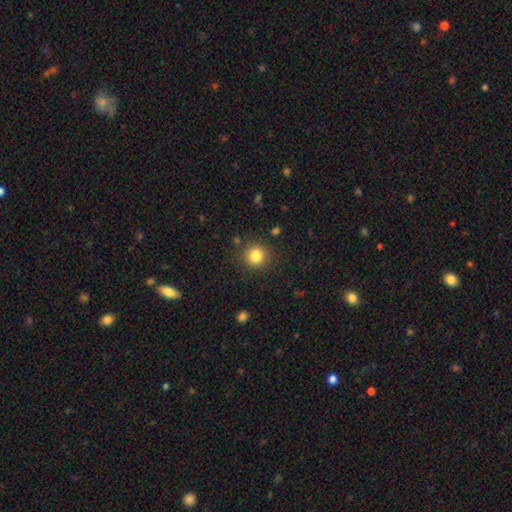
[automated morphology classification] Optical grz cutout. It shows a smooth galaxy with no disk features (83%) that is round (92%). Merging: none (88%).